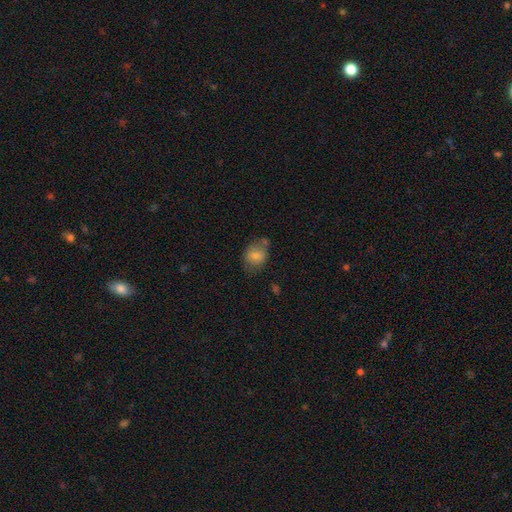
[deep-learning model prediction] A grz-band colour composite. It shows a smooth galaxy with no disk features (79%) that is in between round and cigar-shaped (55%). Merging: none (58%).